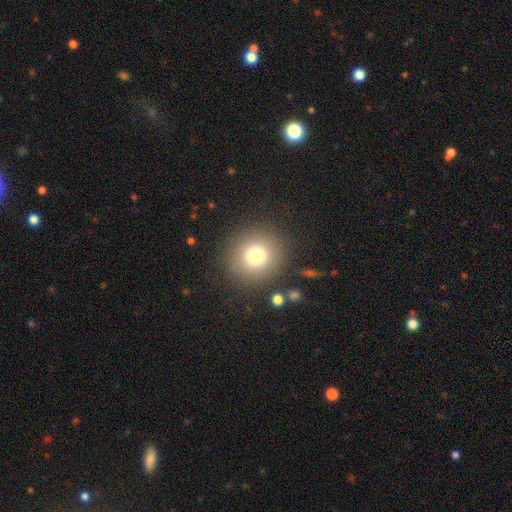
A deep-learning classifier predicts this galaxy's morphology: This appears to be a smooth galaxy with no disk features (76%) that is round (92%). Merging: none (87%).